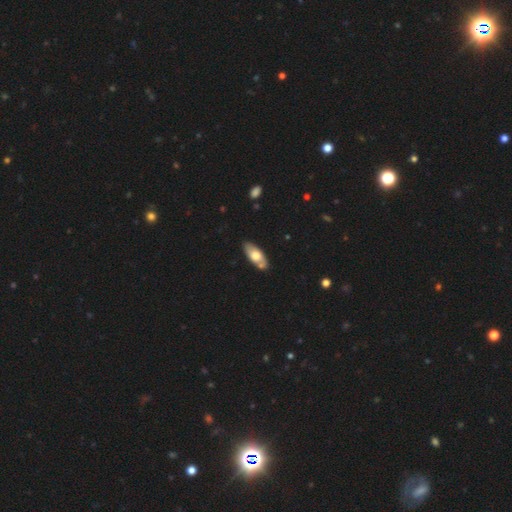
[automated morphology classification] This appears to be a smooth galaxy with no disk features (61%) that is in between round and cigar-shaped (81%). Merging: none (70%).